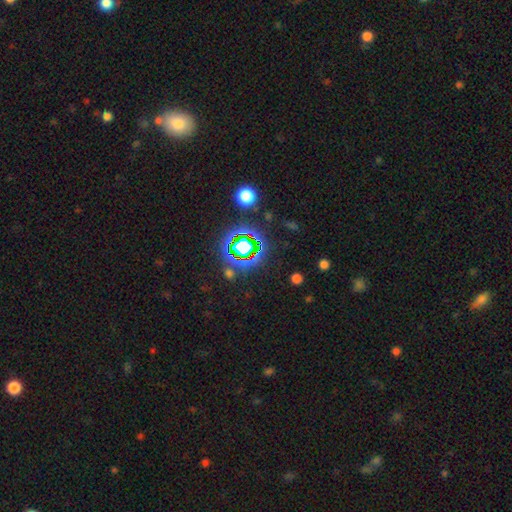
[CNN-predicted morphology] A star or artifact, not a galaxy (72%).